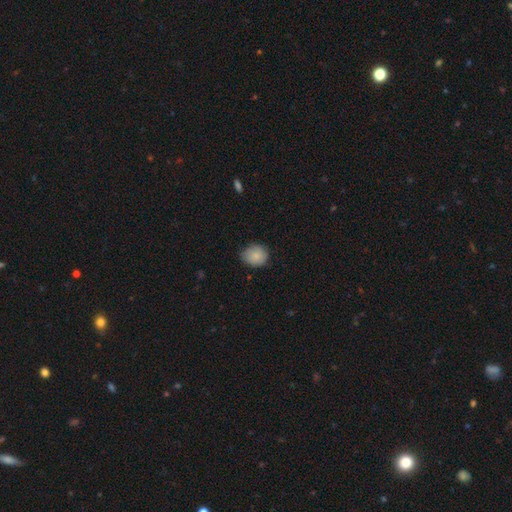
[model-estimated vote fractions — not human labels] Smooth or featured? Predicted: smooth (p=0.85). How rounded? Predicted: round (p=0.70). Merging? Predicted: none (p=0.73).